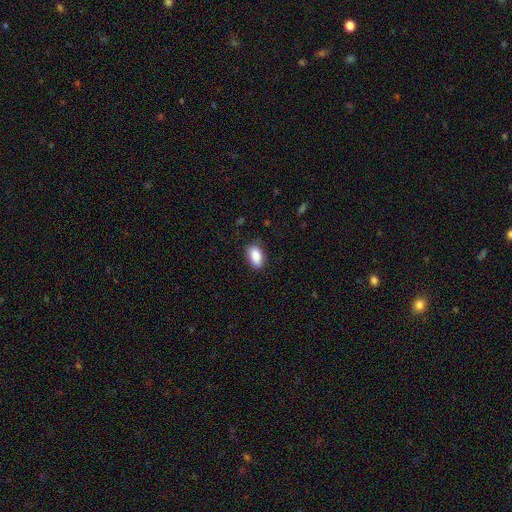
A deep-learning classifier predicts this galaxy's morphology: Smooth or featured? smooth (88%)
How rounded? in between (92%)
Merging? none (82%)